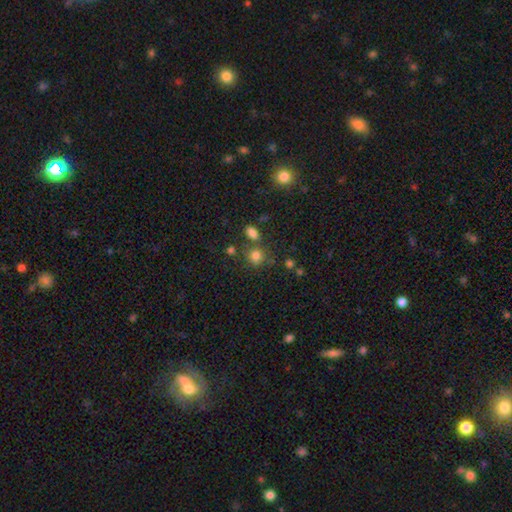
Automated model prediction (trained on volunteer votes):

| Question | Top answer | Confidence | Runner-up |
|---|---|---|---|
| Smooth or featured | smooth | 77% | star or artifact (15%) |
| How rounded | round | 73% | in between (26%) |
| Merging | none | 65% | merger (16%) |